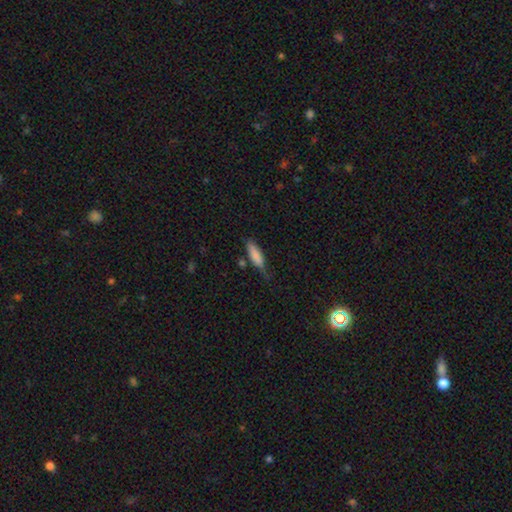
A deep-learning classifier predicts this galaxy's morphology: type=smooth (80%); roundness=cigar-shaped (57%); merging=none (52%).